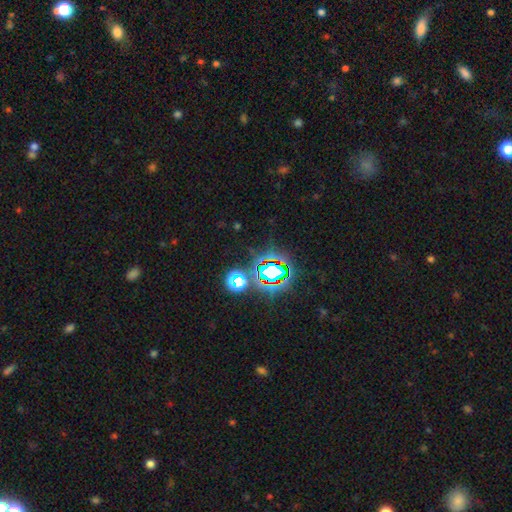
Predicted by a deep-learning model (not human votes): A star or artifact, not a galaxy (76%).